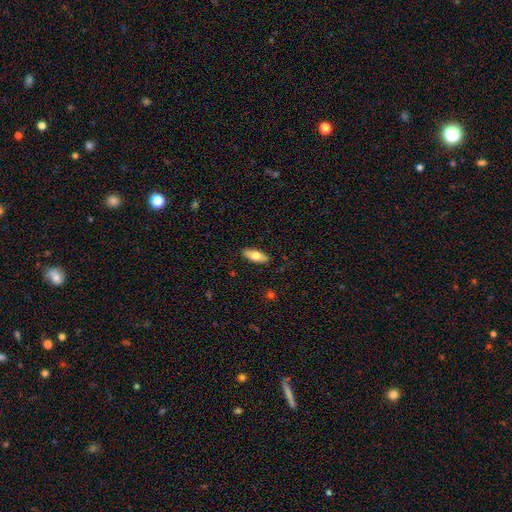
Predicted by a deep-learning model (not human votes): Smooth or featured? Predicted: smooth (p=0.72). How rounded? Predicted: in between (p=0.74). Merging? Predicted: none (p=0.89).